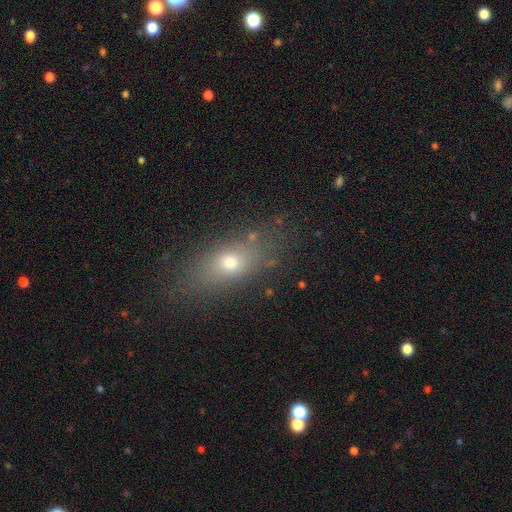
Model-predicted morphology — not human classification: Smooth or featured: smooth — 62% (featured or disk — 20%)
How rounded: in between — 67% (cigar-shaped — 20%)
Merging: none — 80% (minor disturbance — 13%)